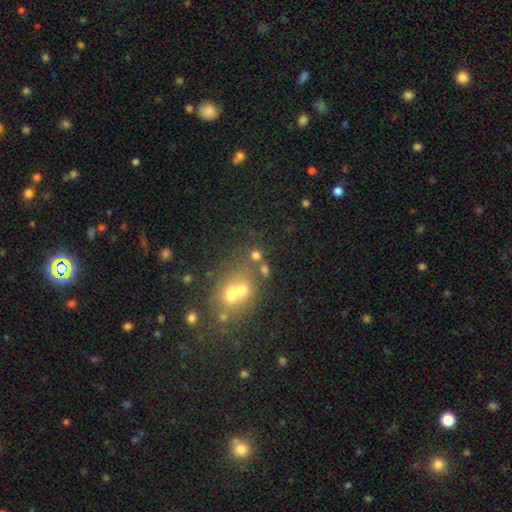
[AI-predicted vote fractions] Morphology: type=smooth (62%); roundness=round (75%); merging=none (48%).